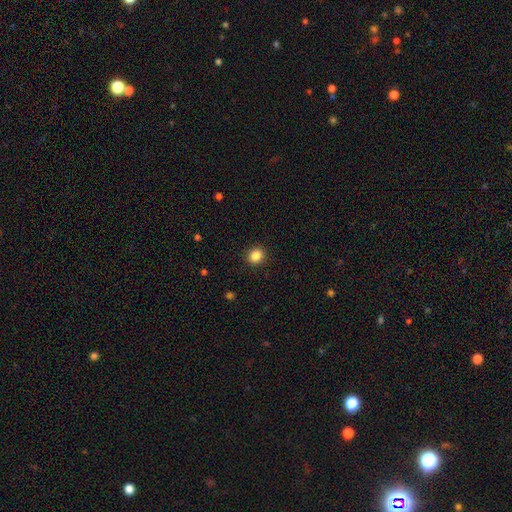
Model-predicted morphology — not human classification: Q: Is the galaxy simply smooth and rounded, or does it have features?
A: smooth — 85%.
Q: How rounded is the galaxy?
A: round — 81%.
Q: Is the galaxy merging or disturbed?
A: none — 91%.